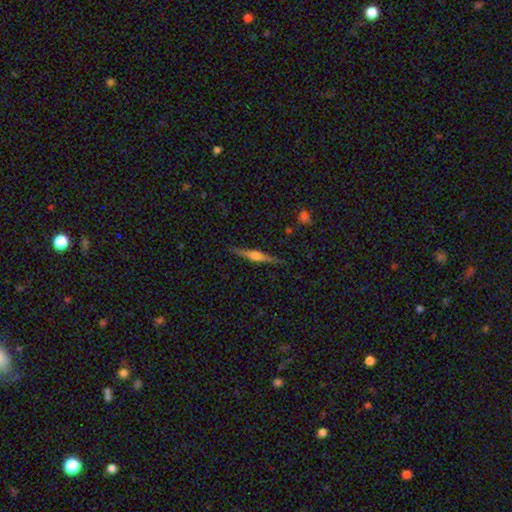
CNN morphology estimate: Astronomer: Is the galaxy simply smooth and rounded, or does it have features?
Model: featured or disk — 69%.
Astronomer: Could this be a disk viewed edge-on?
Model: yes — 98%.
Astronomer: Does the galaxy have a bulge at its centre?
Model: rounded — 81%.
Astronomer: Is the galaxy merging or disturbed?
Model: none — 88%.